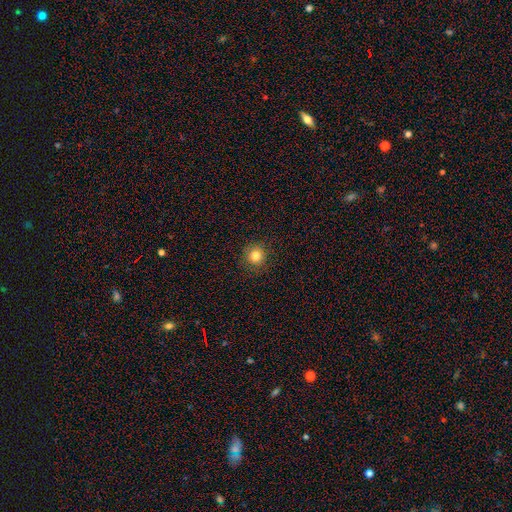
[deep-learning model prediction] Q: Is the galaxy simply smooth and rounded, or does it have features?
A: smooth — 82%.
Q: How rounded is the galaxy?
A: round — 94%.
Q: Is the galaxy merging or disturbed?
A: none — 90%.